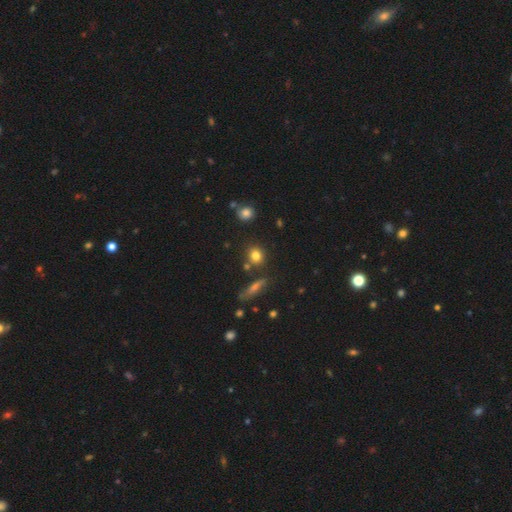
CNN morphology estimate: Q: Smooth or featured?
A: smooth (79%); runner-up: star or artifact (13%)
Q: How rounded?
A: round (74%); runner-up: in between (22%)
Q: Merging?
A: none (77%); runner-up: minor disturbance (10%)